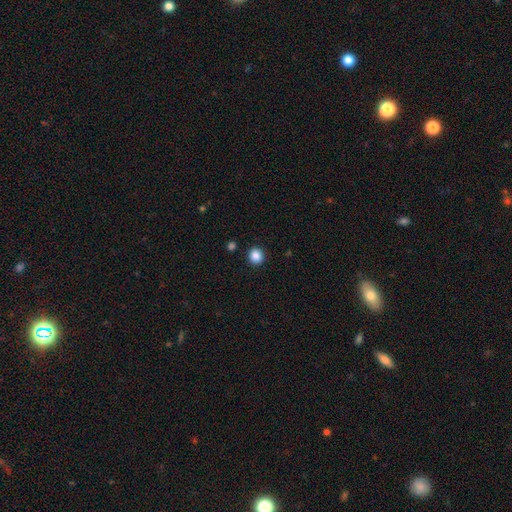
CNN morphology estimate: A smooth galaxy with no disk features (87%) that is round (90%). Merging: none (91%).